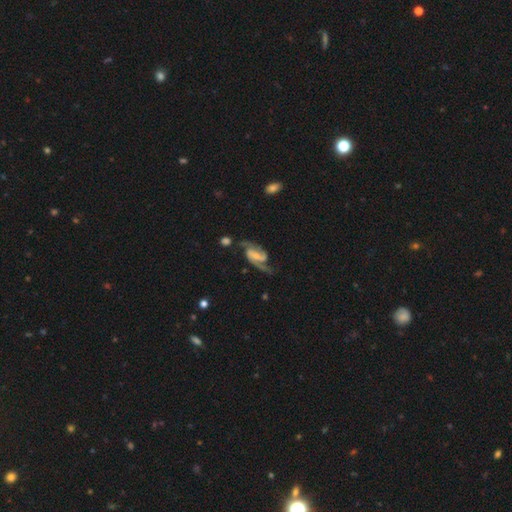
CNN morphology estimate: A featured or disk galaxy (90%) with a weak bar (44%), 2 (93%) medium (53%) spiral arms (98%) and a small central bulge (51%).

Vote fractions:
- Smooth or featured? featured or disk: 90% / smooth: 5% / star or artifact: 5%
- Edge-on disk? no: 97% / yes: 3%
- Bar? weak: 44% / strong: 36% / no: 20%
- Spiral arms? yes: 98% / no: 2%
- Spiral winding? medium: 53% / loose: 32% / tight: 15%
- Spiral arm count? 2: 93% / can't tell: 2% / 1: 2% / 3: 2% / 4: 1% / more than 4: 1%
- Bulge size? small: 51% / moderate: 27% / none: 17% / large: 3% / dominant: 1%
- Merging? none: 69% / minor disturbance: 17% / major disturbance: 10% / merger: 4%